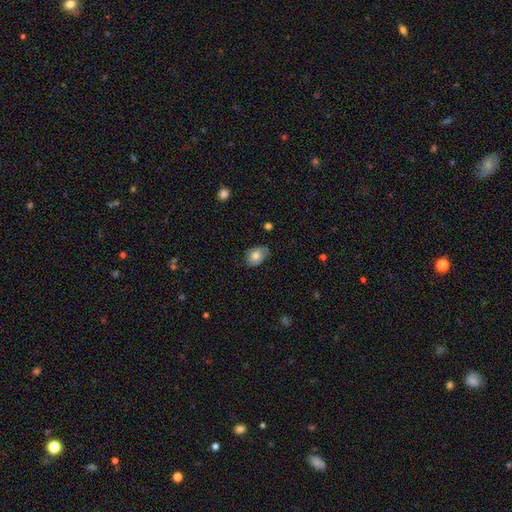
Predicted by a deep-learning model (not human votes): Smooth or featured? Predicted: smooth (p=0.77). How rounded? Predicted: in between (p=0.81). Merging? Predicted: none (p=0.70).